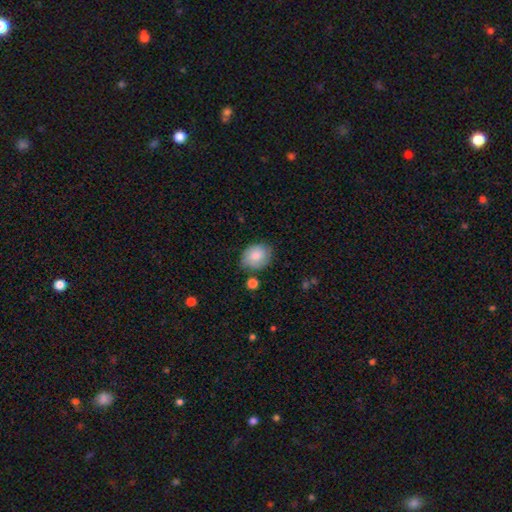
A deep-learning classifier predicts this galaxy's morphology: This is clearly a smooth galaxy (80%). How rounded: possibly in between (51%). Merging: likely none (71%).